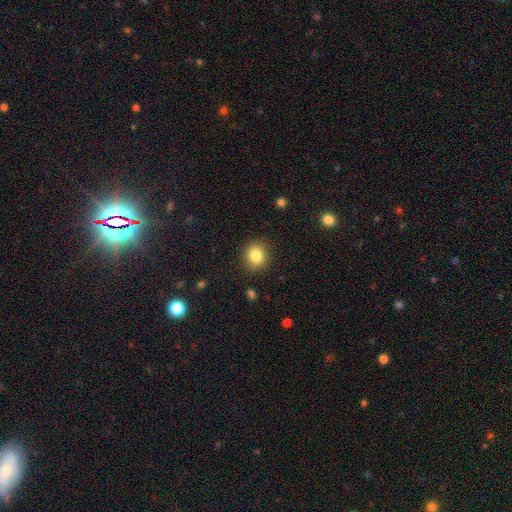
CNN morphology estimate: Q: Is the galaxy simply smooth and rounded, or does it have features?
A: smooth — 83%.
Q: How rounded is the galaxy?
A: round — 85%.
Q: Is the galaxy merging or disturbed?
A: none — 89%.